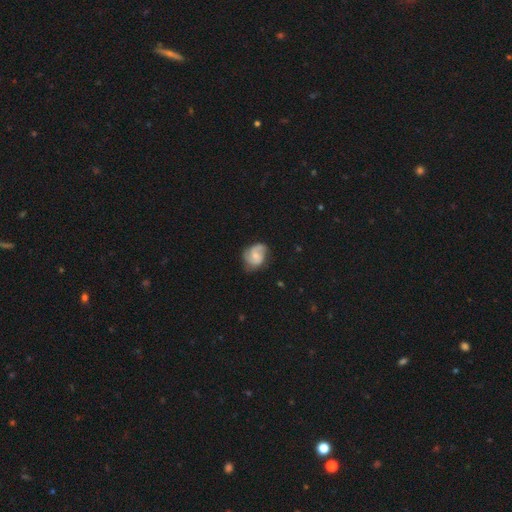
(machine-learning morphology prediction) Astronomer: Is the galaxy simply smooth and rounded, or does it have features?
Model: featured or disk — 64%.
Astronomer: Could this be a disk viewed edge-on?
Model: no — 98%.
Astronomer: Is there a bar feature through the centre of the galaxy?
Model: no — 63%.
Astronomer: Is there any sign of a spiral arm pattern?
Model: yes — 88%.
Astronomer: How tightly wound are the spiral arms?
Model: medium — 45% (runner-up: tight, 33%).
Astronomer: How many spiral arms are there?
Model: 2 — 66%.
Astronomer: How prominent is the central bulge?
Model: small — 48% (runner-up: moderate, 46%).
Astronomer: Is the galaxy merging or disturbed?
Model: none — 57%.